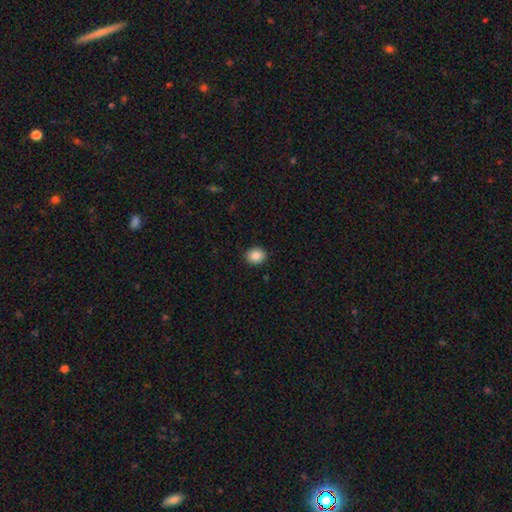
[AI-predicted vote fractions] smooth 87%, star or artifact 9%, featured or disk 4%. Down the decision tree: how rounded — round (63%); merging — none (91%).